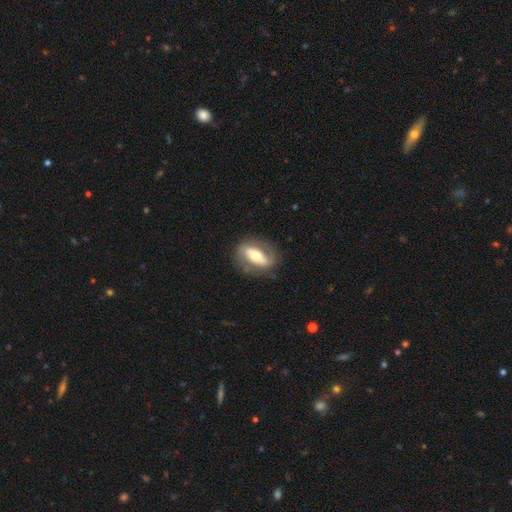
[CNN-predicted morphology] Smooth or featured? featured or disk (55%)
Edge-on disk? no (78%)
Merging? none (79%)